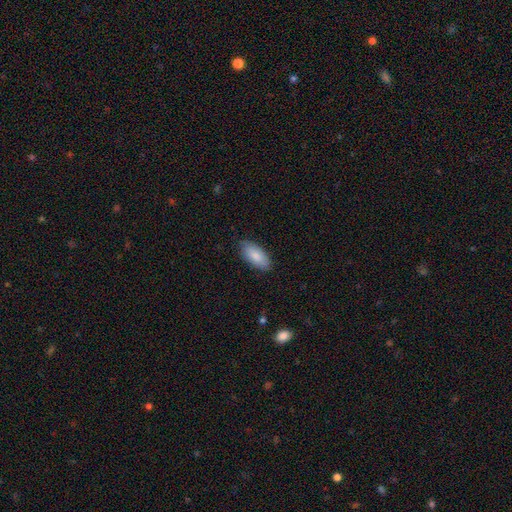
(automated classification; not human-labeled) A smooth galaxy with no disk features (85%) that is in between round and cigar-shaped (88%). Merging: none (84%).